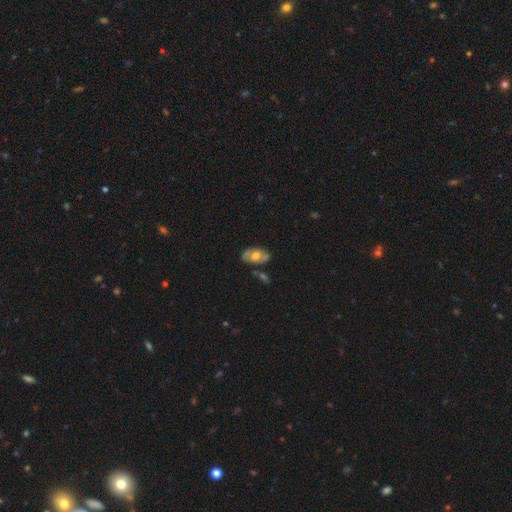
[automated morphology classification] Overall: featured or disk (47%; smooth 46%). Merging: none (67%).